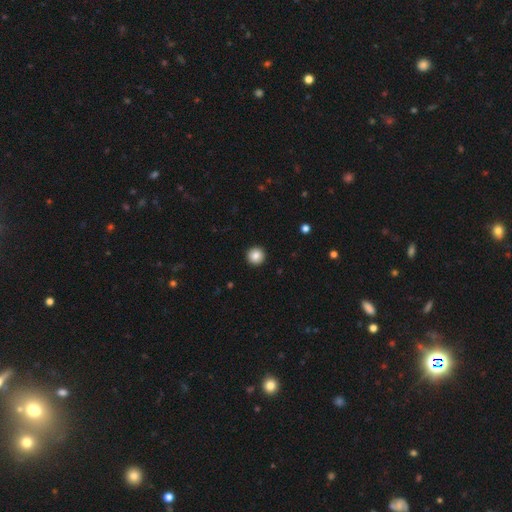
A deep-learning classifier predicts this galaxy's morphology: Overall: smooth (86%). How rounded: round (96%). Merging: none (94%).